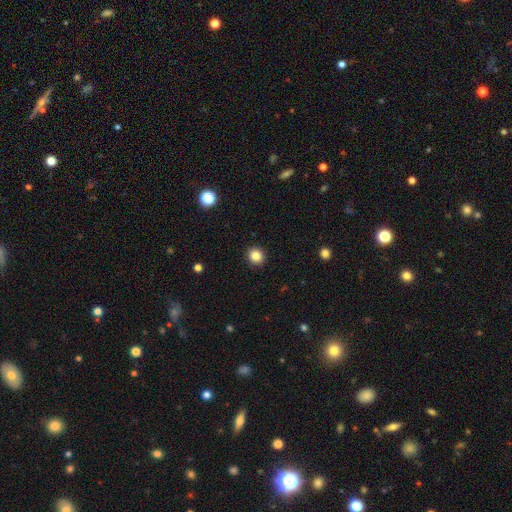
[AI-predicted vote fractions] smooth-or-featured: smooth: 85% | star or artifact: 11% | featured or disk: 4%
  how-rounded: round: 90% | in between: 9% | cigar-shaped: 1%
  merging: none: 92% | minor disturbance: 5% | major disturbance: 2% | merger: 1%